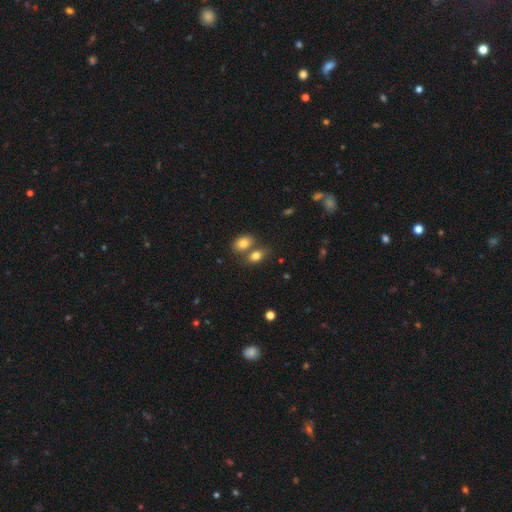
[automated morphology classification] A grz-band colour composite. It shows a smooth galaxy with no disk features (80%) that is in between round and cigar-shaped (82%). Merging: none (47%).